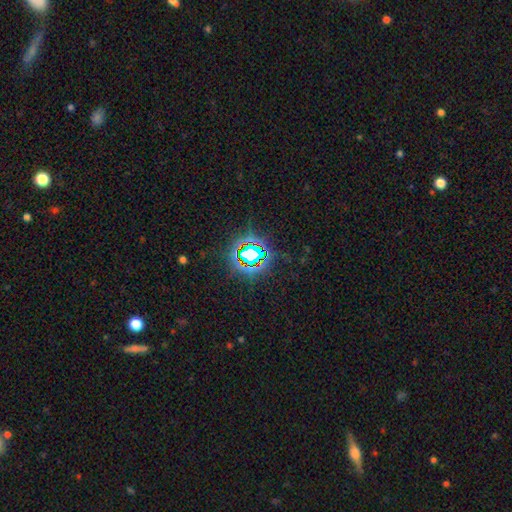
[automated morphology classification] A star or artifact, not a galaxy (80%).